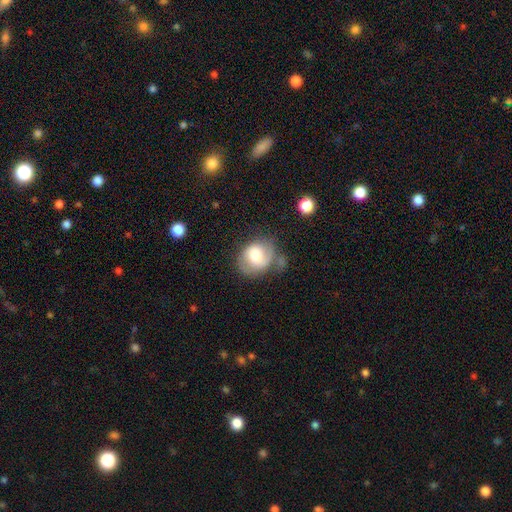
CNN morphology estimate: Q: Smooth or featured?
A: smooth (57%); runner-up: featured or disk (35%)
Q: How rounded?
A: round (51%); runner-up: in between (48%)
Q: Merging?
A: none (48%); runner-up: minor disturbance (28%)